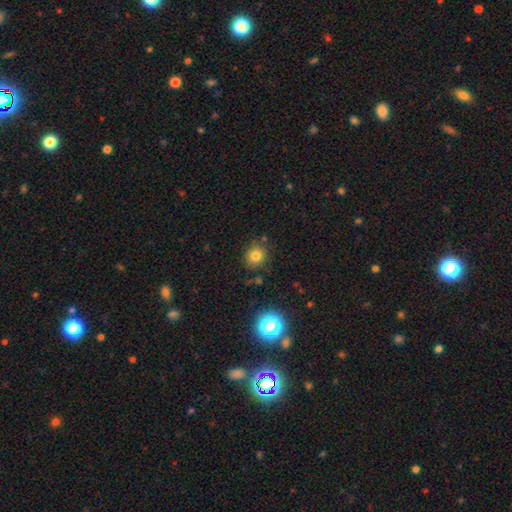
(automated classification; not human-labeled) Smooth or featured: smooth — 79% (star or artifact — 15%)
How rounded: round — 86% (in between — 13%)
Merging: none — 83% (minor disturbance — 10%)